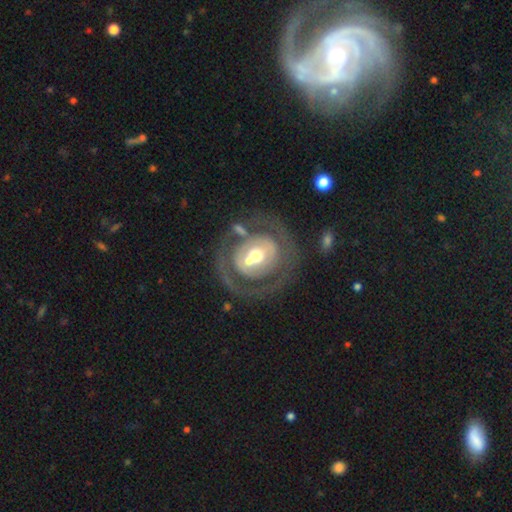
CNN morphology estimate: smooth-or-featured: featured or disk: 68% | smooth: 26% | star or artifact: 6%
  disk-edge-on: no: 96% | yes: 4%
    bar: no: 75% | weak: 16% | strong: 8%
    has-spiral-arms: no: 62% | yes: 38%
    bulge-size: moderate: 64% | small: 16% | large: 16% | dominant: 2% | none: 1%
  merging: none: 55% | major disturbance: 19% | minor disturbance: 15% | merger: 11%